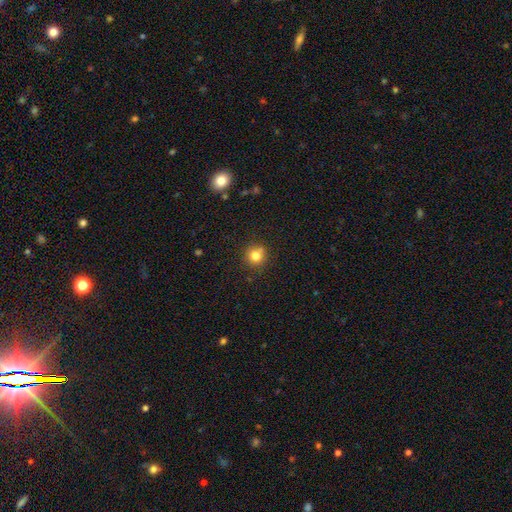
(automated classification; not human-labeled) Smooth or featured? Predicted: smooth (p=0.80). How rounded? Predicted: round (p=0.92). Merging? Predicted: none (p=0.81).